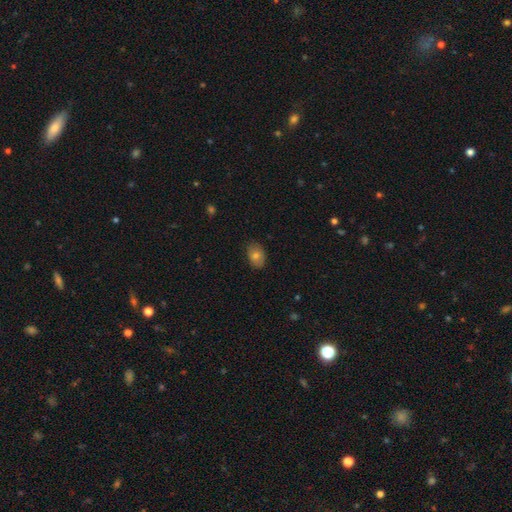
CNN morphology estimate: This is likely a smooth galaxy (74%). How rounded: likely in between (79%). Merging: clearly none (83%).